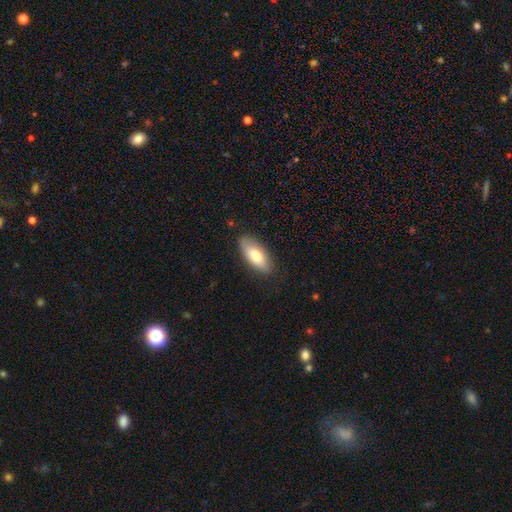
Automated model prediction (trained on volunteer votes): Smooth or featured: smooth — 77% (featured or disk — 17%)
How rounded: in between — 84% (cigar-shaped — 14%)
Merging: none — 83% (minor disturbance — 13%)